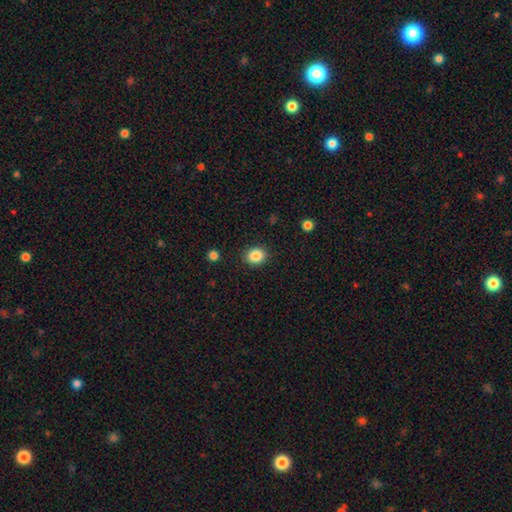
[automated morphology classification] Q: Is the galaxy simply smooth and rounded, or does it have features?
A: smooth — 86%.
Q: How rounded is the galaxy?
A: round — 65%.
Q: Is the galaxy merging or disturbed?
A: none — 89%.